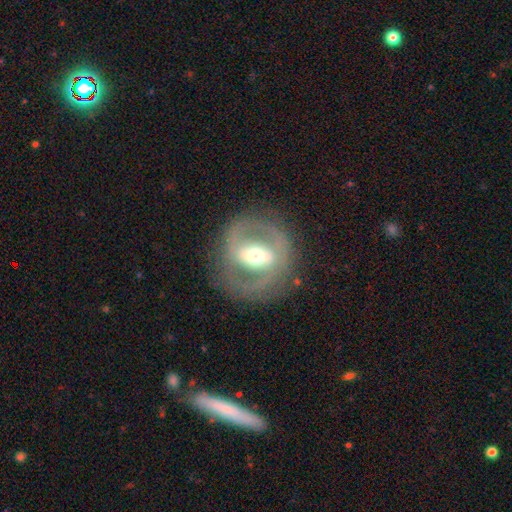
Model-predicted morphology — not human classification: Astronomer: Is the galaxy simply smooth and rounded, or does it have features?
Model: featured or disk — 74%.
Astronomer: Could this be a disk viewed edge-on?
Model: no — 94%.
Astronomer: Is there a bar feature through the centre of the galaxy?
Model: strong — 47% (runner-up: weak, 33%).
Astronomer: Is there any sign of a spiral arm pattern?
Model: yes — 52% (runner-up: no, 48%).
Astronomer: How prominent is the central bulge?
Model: moderate — 67%.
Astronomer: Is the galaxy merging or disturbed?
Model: none — 77%.